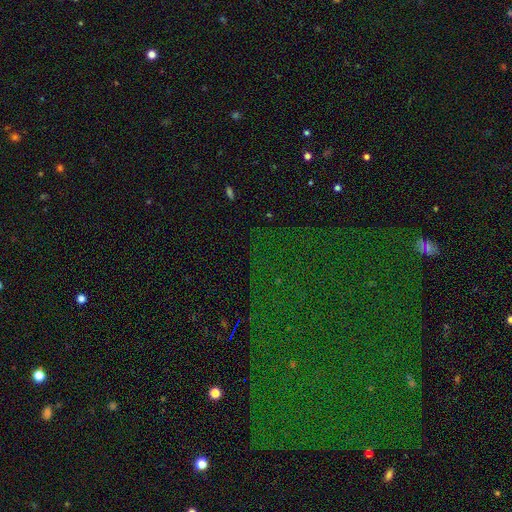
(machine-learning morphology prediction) type=star or artifact (84%).